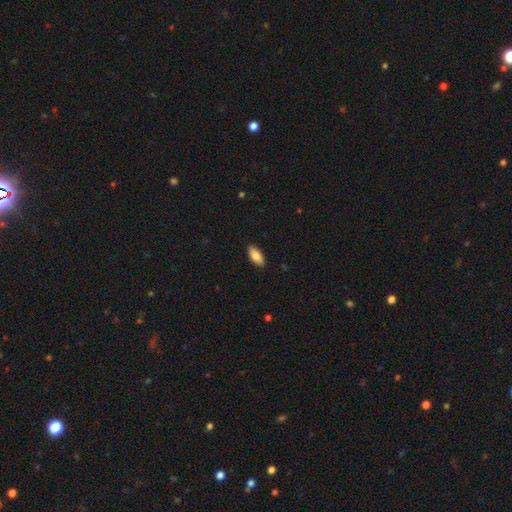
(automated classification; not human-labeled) Overall: smooth (84%). How rounded: in between (86%). Merging: none (89%).